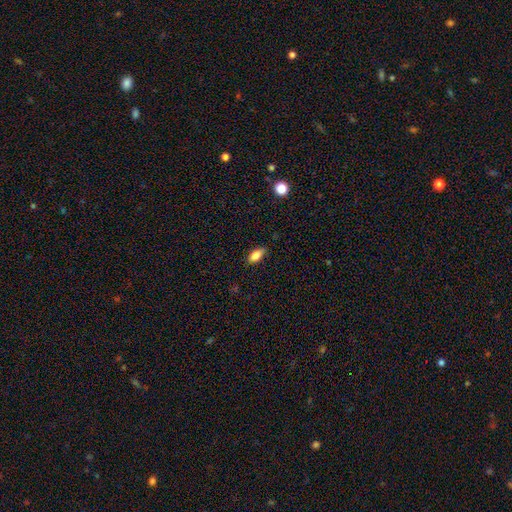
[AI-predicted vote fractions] Morphology: type=smooth (79%); roundness=in between (83%); merging=none (80%).